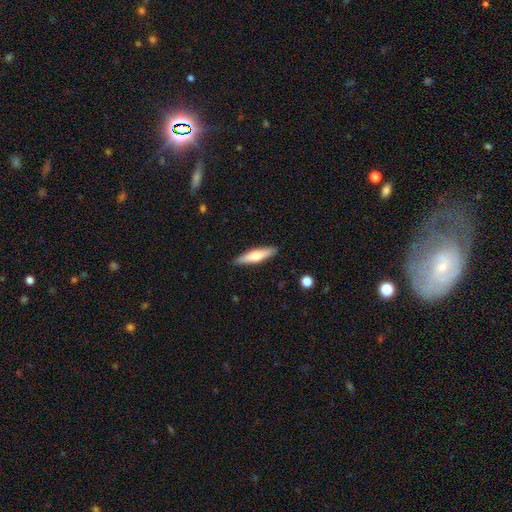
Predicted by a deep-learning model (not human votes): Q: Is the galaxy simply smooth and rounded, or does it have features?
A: smooth — 57%.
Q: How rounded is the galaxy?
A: cigar-shaped — 79%.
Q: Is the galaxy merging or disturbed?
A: none — 89%.